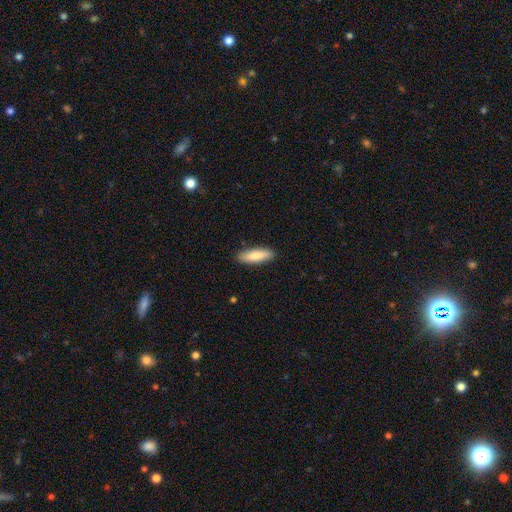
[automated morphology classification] Q: Smooth or featured?
A: smooth (84%); runner-up: featured or disk (11%)
Q: How rounded?
A: cigar-shaped (50%); runner-up: in between (48%)
Q: Merging?
A: none (89%); runner-up: minor disturbance (8%)